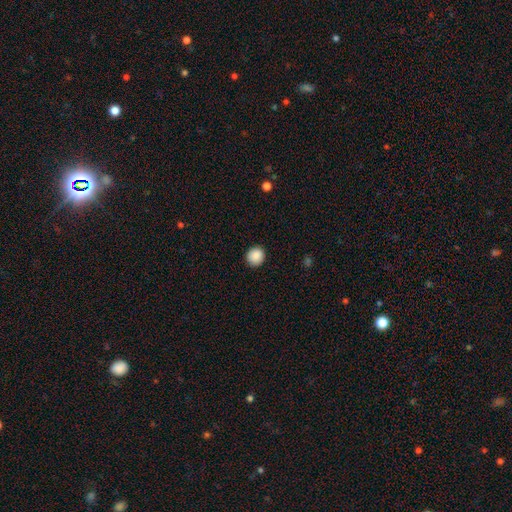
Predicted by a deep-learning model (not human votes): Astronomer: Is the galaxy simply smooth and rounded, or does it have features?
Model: smooth — 89%.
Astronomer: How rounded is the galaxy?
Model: round — 90%.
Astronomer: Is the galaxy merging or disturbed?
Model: none — 91%.